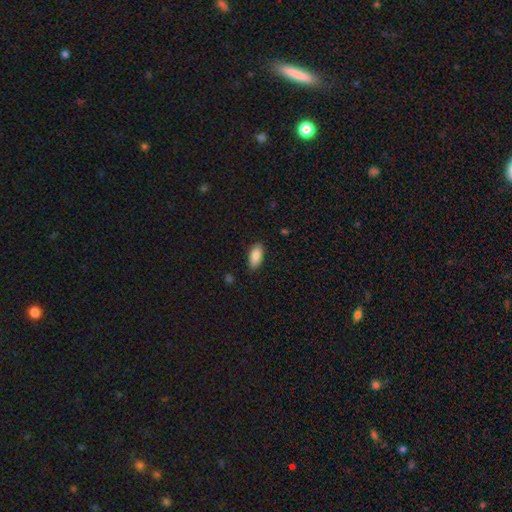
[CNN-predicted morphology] smooth_or_featured: smooth (p=0.88) [alt: star or artifact p=0.06]
how_rounded: in between (p=0.90) [alt: cigar-shaped p=0.08]
merging: none (p=0.87) [alt: minor disturbance p=0.10]